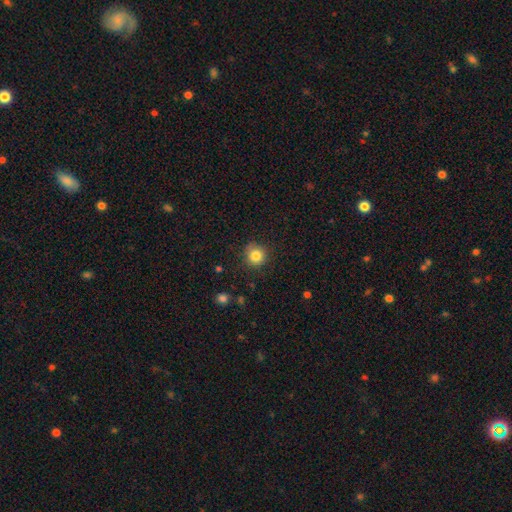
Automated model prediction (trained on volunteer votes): Q: Smooth or featured?
A: smooth (84%); runner-up: star or artifact (11%)
Q: How rounded?
A: round (92%); runner-up: in between (7%)
Q: Merging?
A: none (84%); runner-up: minor disturbance (12%)